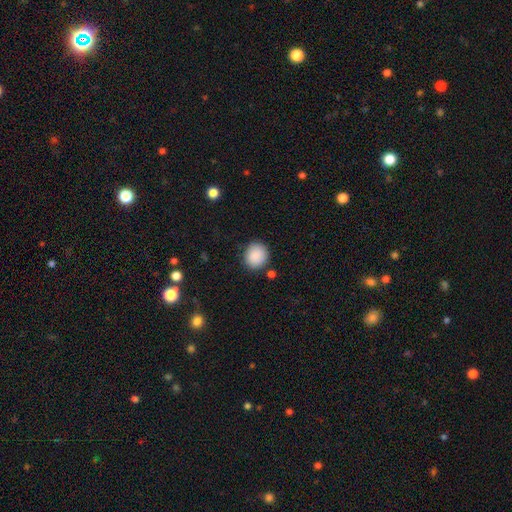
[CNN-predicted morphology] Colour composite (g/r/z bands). It shows a smooth galaxy with no disk features (89%) that is round (83%). Merging: none (84%).